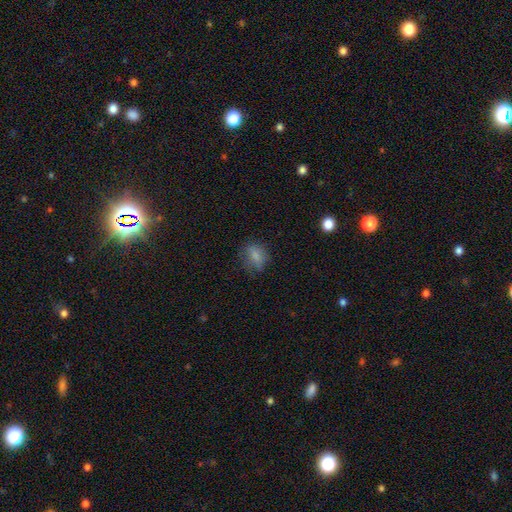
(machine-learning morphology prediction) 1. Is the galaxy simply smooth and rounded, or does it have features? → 76% smooth, 12% featured or disk, 12% star or artifact.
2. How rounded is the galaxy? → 58% in between, 39% round, 3% cigar-shaped.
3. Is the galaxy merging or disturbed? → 68% none, 22% minor disturbance, 9% major disturbance, 1% merger.